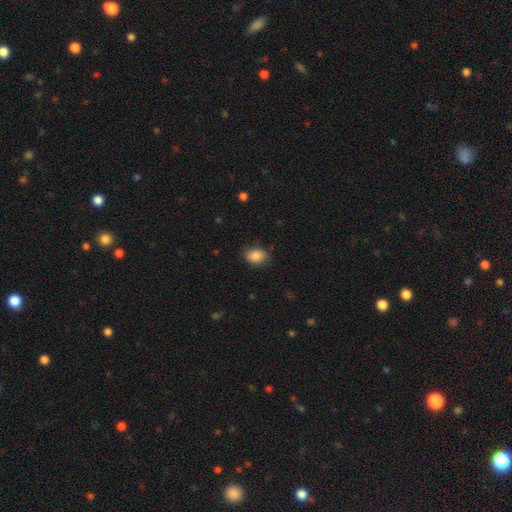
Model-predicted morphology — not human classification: A smooth galaxy with no disk features (86%) that is in between round and cigar-shaped (69%). Merging: none (77%).